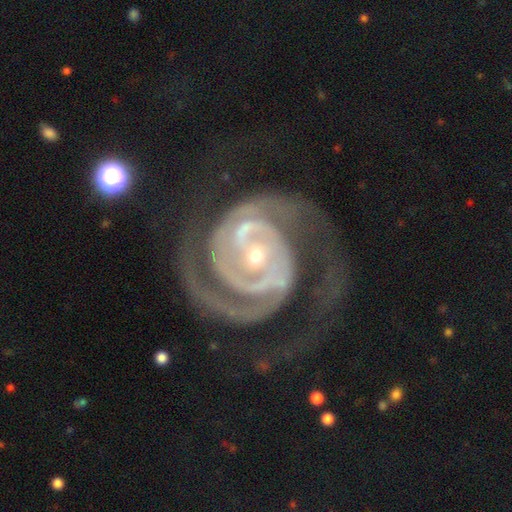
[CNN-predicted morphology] Q: Smooth or featured?
A: featured or disk (91%); runner-up: star or artifact (5%)
Q: Edge-on disk?
A: no (98%); runner-up: yes (2%)
Q: Bar?
A: no (49%); runner-up: weak (28%)
Q: Spiral arms?
A: yes (97%); runner-up: no (3%)
Q: Spiral winding?
A: tight (58%); runner-up: medium (34%)
Q: Spiral arm count?
A: 2 (74%); runner-up: 3 (8%)
Q: Bulge size?
A: small (74%); runner-up: moderate (22%)
Q: Merging?
A: none (54%); runner-up: major disturbance (26%)